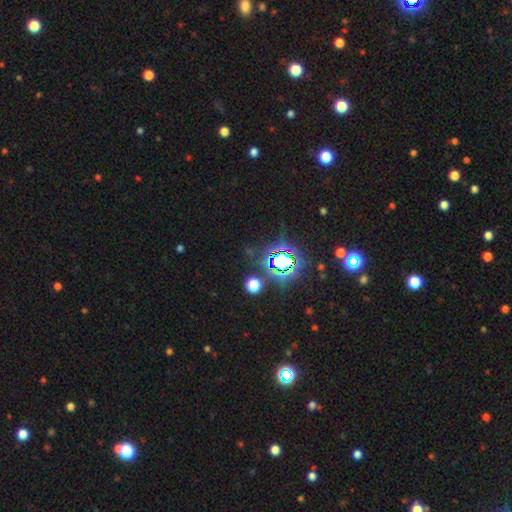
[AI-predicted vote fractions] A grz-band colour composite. It shows a star or artifact, not a galaxy (79%).